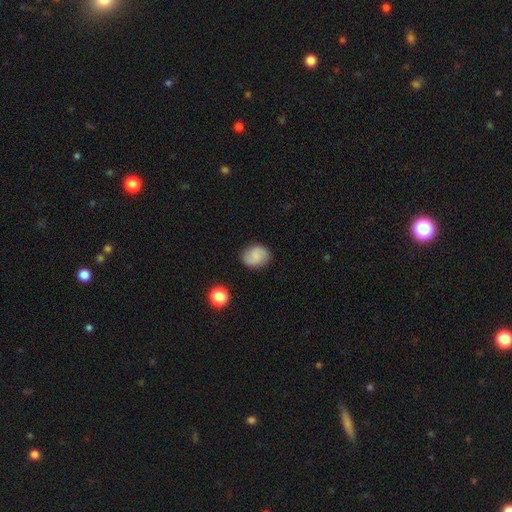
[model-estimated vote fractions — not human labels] Smooth or featured?
  - smooth: 62% *
  - featured or disk: 29%
  - star or artifact: 9%
How rounded?
  - round: 53% *
  - in between: 45%
  - cigar-shaped: 1%
Merging?
  - none: 84% *
  - minor disturbance: 11%
  - major disturbance: 3%
  - merger: 1%